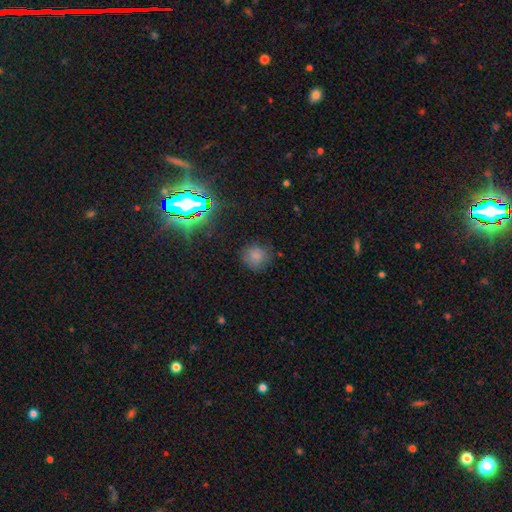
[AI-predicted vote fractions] Overall: smooth (76%). How rounded: round (87%). Merging: none (80%).